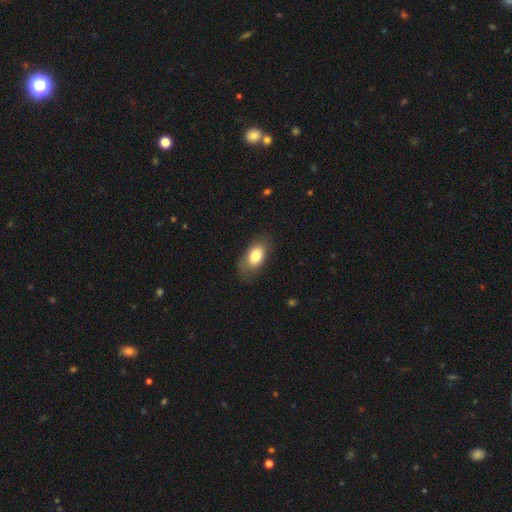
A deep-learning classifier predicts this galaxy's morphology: type=smooth (78%); roundness=in between (89%); merging=none (74%).